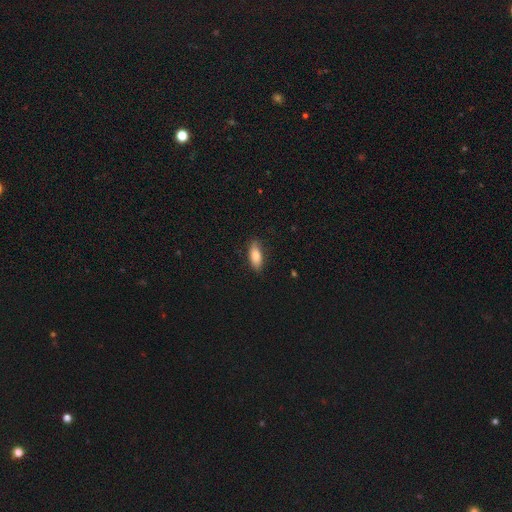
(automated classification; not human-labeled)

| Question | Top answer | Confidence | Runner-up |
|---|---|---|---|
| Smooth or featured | smooth | 82% | featured or disk (12%) |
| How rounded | in between | 81% | cigar-shaped (17%) |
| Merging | none | 80% | minor disturbance (16%) |